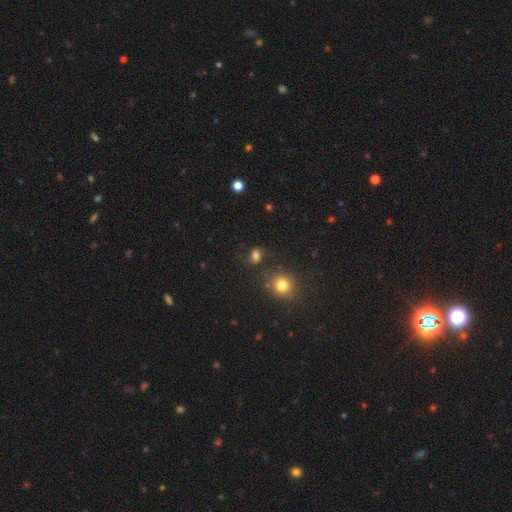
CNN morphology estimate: Smooth or featured? Predicted: smooth (p=0.70). How rounded? Predicted: in between (p=0.59). Merging? Predicted: none (p=0.63).